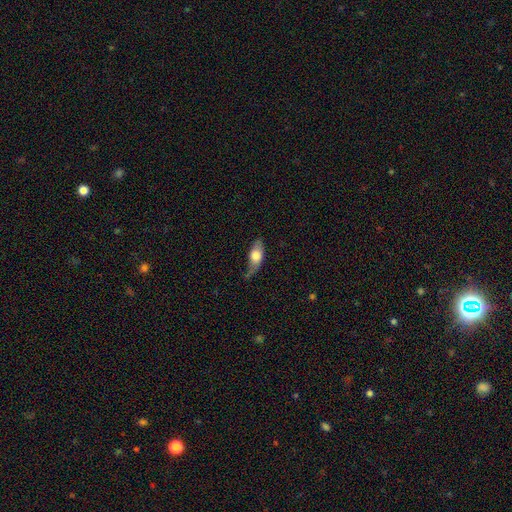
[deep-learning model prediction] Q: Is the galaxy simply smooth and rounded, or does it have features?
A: smooth — 62%.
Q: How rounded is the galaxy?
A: in between — 76%.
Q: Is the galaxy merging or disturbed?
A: none — 46%.